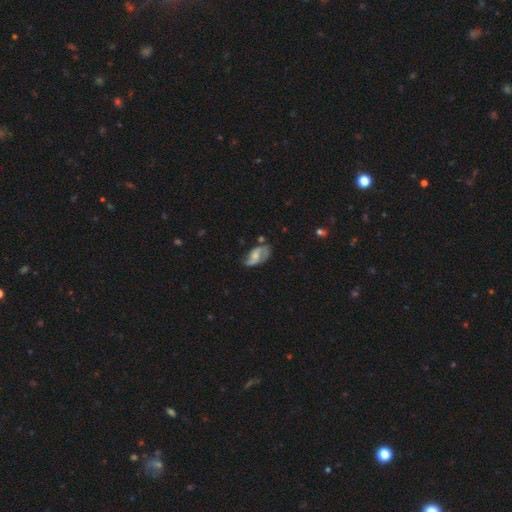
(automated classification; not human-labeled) A featured or disk galaxy (63%) with no bar (55%), 2 (75%) medium (43%) spiral arms (84%) and a moderate central bulge (41%).

Vote fractions:
- Smooth or featured? featured or disk: 63% / smooth: 30% / star or artifact: 7%
- Edge-on disk? no: 95% / yes: 5%
- Bar? no: 55% / weak: 36% / strong: 9%
- Spiral arms? yes: 84% / no: 16%
- Spiral winding? medium: 43% / loose: 37% / tight: 20%
- Spiral arm count? 2: 75% / can't tell: 11% / 1: 10% / 3: 2% / 4: 1% / more than 4: 1%
- Bulge size? moderate: 41% / small: 36% / none: 15% / large: 7% / dominant: 1%
- Merging? none: 50% / minor disturbance: 28% / major disturbance: 17% / merger: 5%